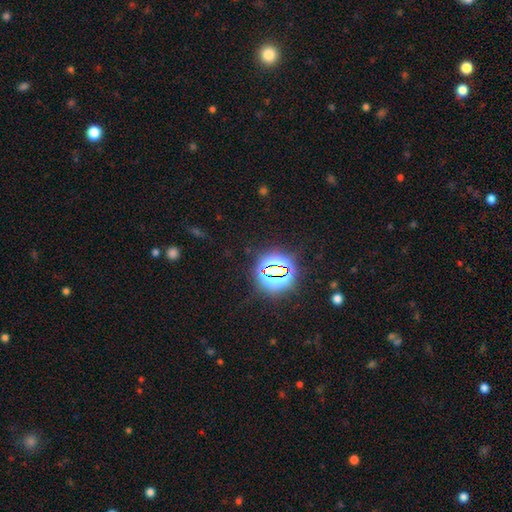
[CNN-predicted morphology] A star or artifact, not a galaxy (80%).